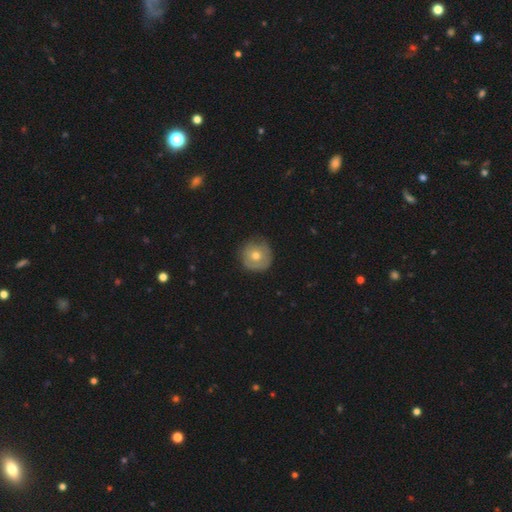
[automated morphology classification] Smooth or featured? Predicted: smooth (p=0.58). How rounded? Predicted: round (p=0.94). Merging? Predicted: none (p=0.79).